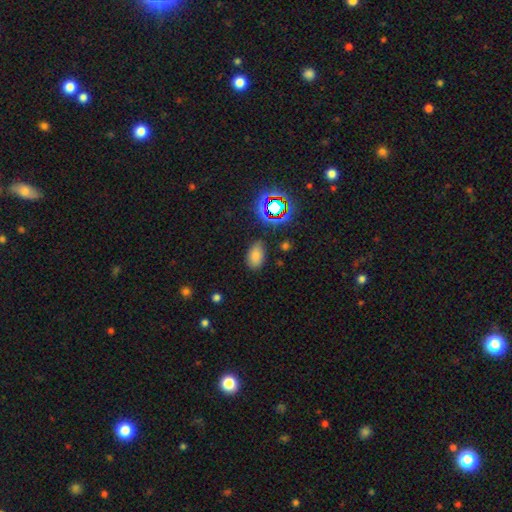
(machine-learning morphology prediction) smooth 74%, star or artifact 18%, featured or disk 8%. Down the decision tree: how rounded — in between (90%); merging — none (80%).